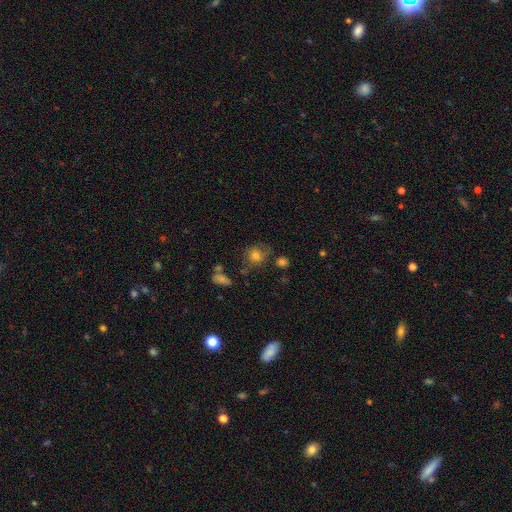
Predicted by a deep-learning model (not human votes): A smooth galaxy with no disk features (68%) that is round (73%). Merging: none (56%).